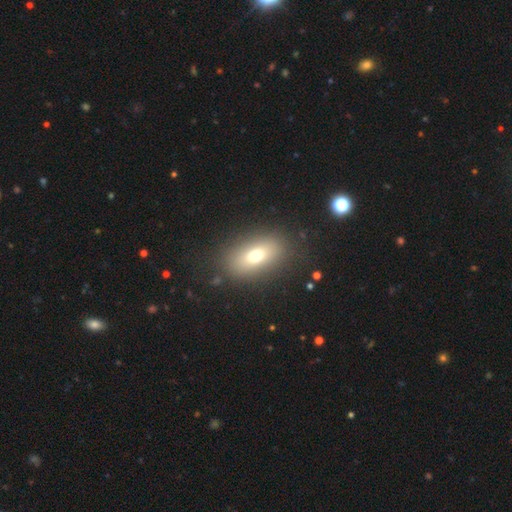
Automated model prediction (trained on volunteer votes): smooth-or-featured: smooth: 70% | featured or disk: 18% | star or artifact: 12%
  how-rounded: in between: 83% | round: 12% | cigar-shaped: 5%
  merging: none: 84% | minor disturbance: 10% | major disturbance: 5% | merger: 2%